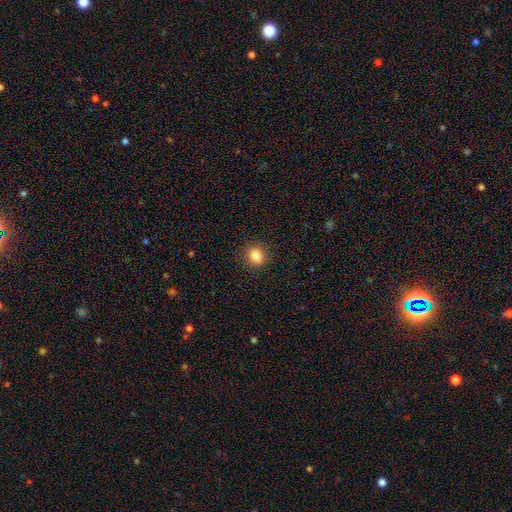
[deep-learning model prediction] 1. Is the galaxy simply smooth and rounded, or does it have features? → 83% smooth, 11% star or artifact, 6% featured or disk.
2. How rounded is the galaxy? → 77% round, 22% in between, 1% cigar-shaped.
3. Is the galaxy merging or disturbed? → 89% none, 7% minor disturbance, 2% major disturbance, 1% merger.